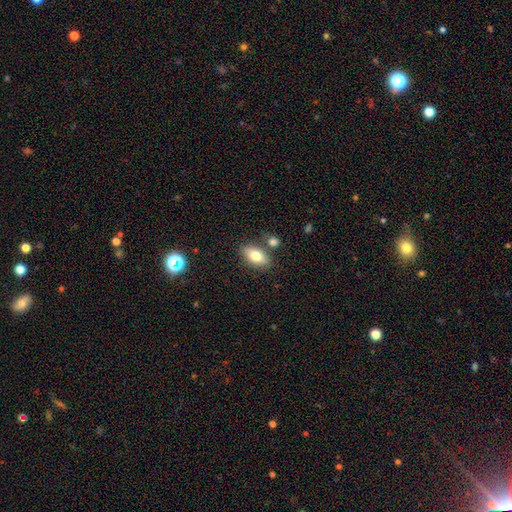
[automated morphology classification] A smooth galaxy with no disk features (78%) that is in between round and cigar-shaped (89%). Merging: none (75%).